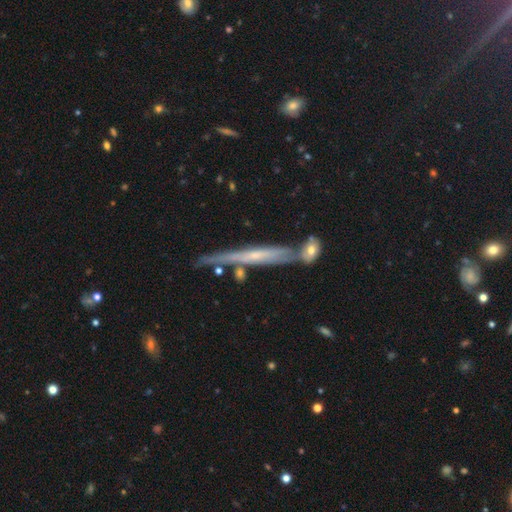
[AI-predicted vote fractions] This appears to be a featured or disk galaxy (66%) viewed edge-on (90%) with no central bulge (60%). Merging: none (65%).